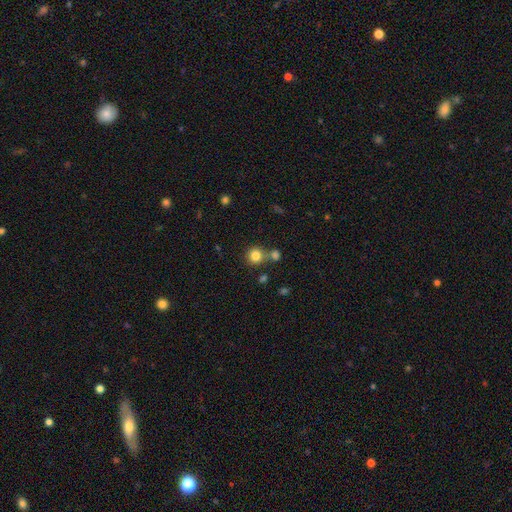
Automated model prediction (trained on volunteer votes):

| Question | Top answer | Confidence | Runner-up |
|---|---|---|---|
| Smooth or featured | smooth | 82% | star or artifact (11%) |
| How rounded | round | 91% | in between (8%) |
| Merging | none | 68% | merger (20%) |